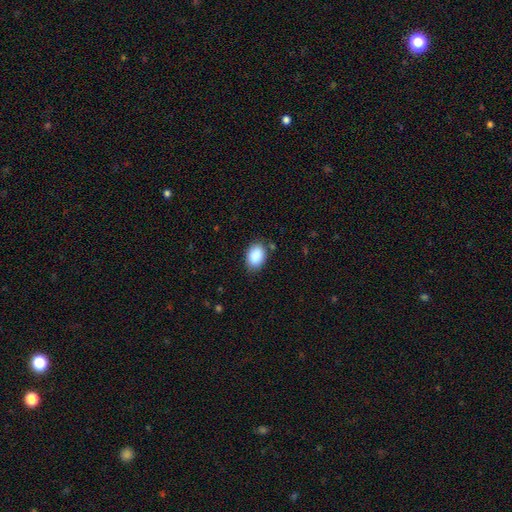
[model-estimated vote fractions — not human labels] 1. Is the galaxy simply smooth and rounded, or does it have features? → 90% smooth, 7% star or artifact, 3% featured or disk.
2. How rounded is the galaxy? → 83% in between, 16% round, 1% cigar-shaped.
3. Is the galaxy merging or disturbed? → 82% none, 13% minor disturbance, 3% major disturbance, 2% merger.